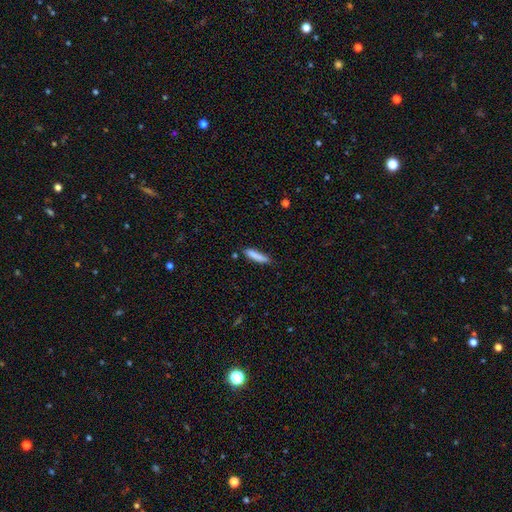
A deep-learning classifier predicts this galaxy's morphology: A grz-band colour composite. It shows a smooth galaxy with no disk features (85%) that is cigar-shaped (81%). Merging: none (75%).